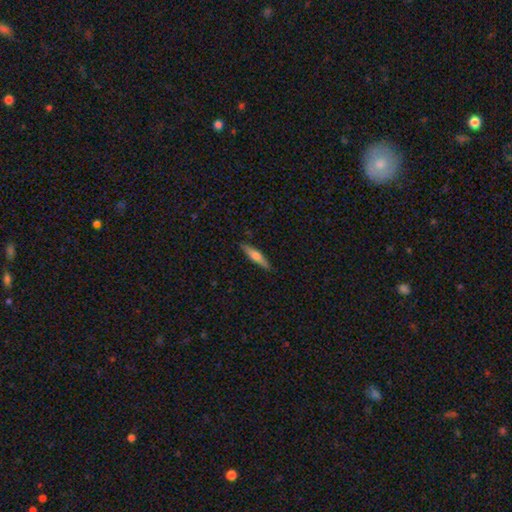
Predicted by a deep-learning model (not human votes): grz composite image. It shows a smooth galaxy with no disk features (54%) that is cigar-shaped (83%). Merging: none (89%).